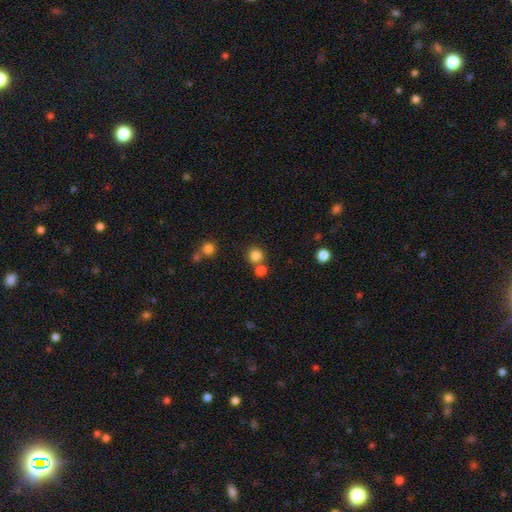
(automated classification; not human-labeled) Smooth or featured: smooth — 81% (star or artifact — 14%)
How rounded: round — 92% (in between — 7%)
Merging: none — 71% (merger — 19%)